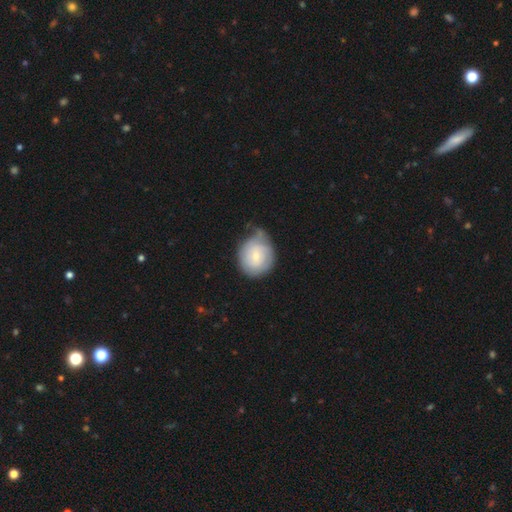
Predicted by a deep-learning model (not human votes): Smooth or featured? smooth (50%)
How rounded? round (77%)
Merging? none (46%)